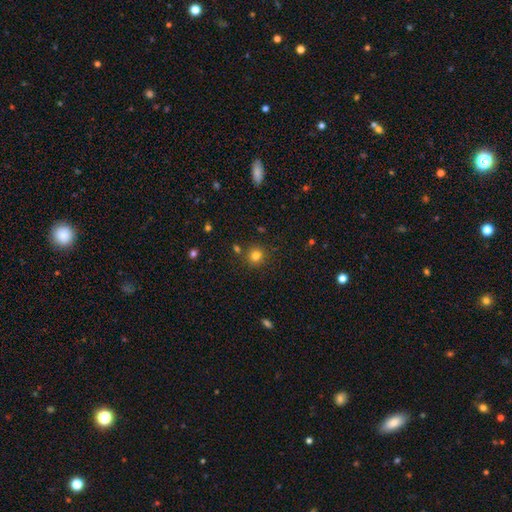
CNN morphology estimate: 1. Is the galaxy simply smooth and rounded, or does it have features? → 80% smooth, 14% star or artifact, 6% featured or disk.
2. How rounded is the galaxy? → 89% round, 10% in between, 1% cigar-shaped.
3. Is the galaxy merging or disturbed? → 82% none, 9% minor disturbance, 6% merger, 3% major disturbance.